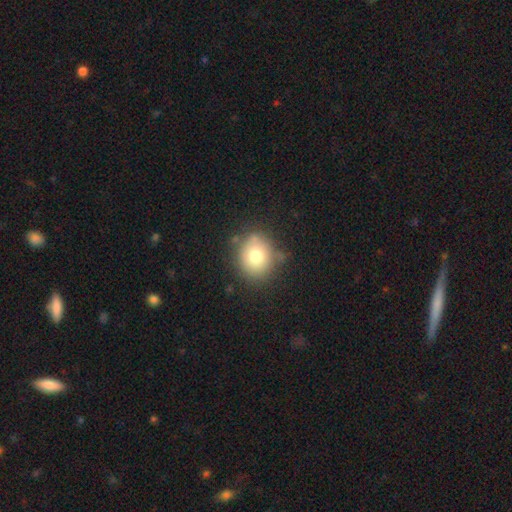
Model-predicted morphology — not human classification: A smooth galaxy with no disk features (75%) that is round (76%). Merging: none (77%).